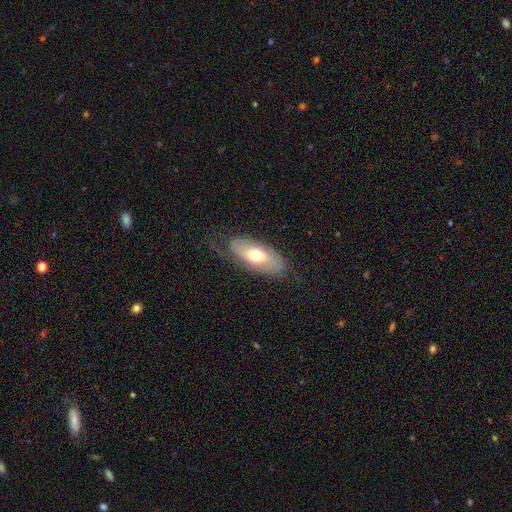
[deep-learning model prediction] This appears to be a smooth galaxy with no disk features (48%). Merging: none (64%).